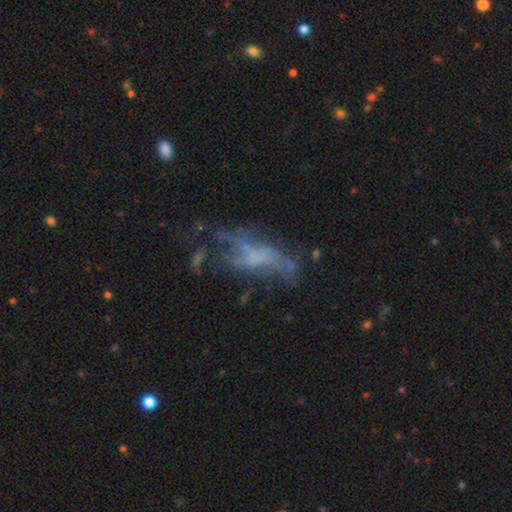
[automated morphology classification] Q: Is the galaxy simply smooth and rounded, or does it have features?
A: featured or disk — 57%.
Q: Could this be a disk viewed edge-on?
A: no — 88%.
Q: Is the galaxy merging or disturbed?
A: major disturbance — 41%.